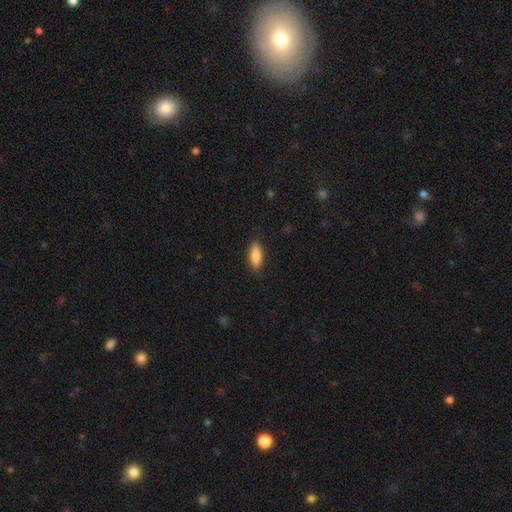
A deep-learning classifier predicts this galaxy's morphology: Overall: smooth (85%). How rounded: in between (74%). Merging: none (87%).